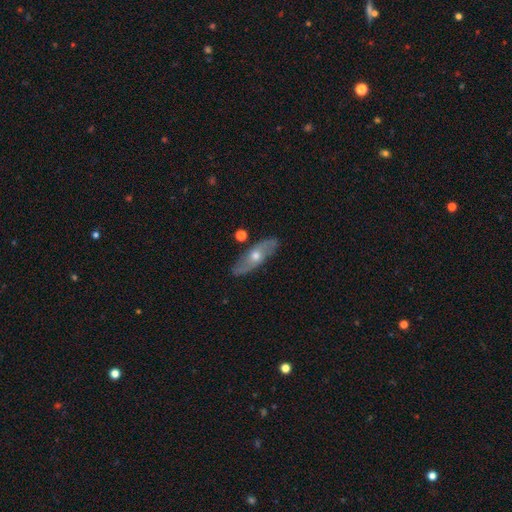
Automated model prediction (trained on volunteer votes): A featured or disk galaxy (65%). Merging: none (84%).